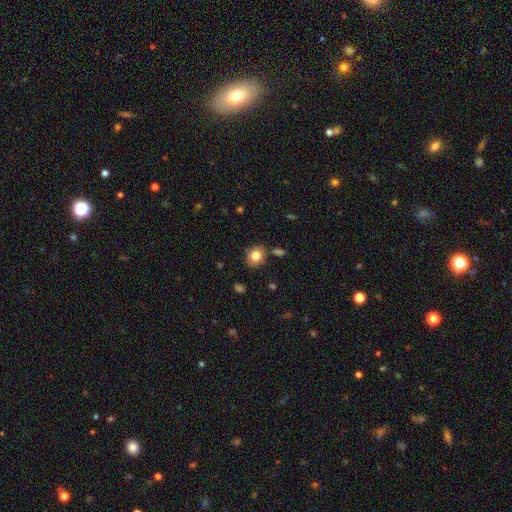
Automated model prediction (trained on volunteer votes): Smooth or featured? smooth (81%)
How rounded? round (65%)
Merging? none (79%)